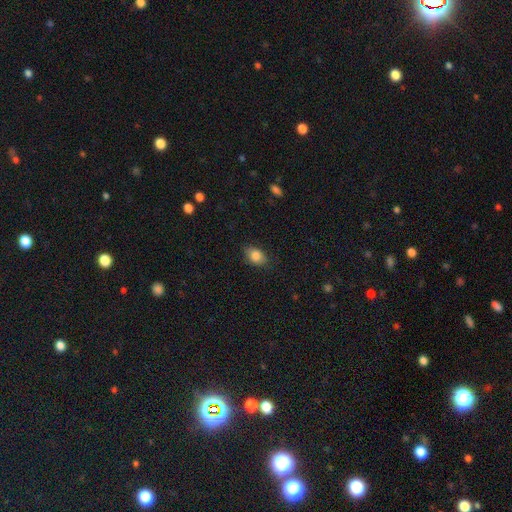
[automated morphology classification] This is clearly a smooth galaxy (84%). How rounded: likely in between (79%). Merging: likely none (79%).